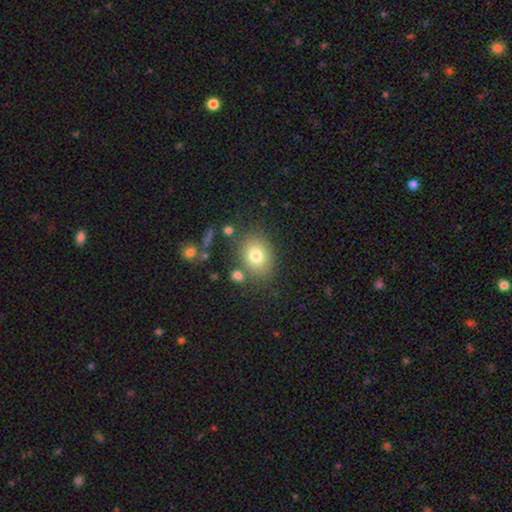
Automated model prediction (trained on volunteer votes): Smooth or featured? Predicted: smooth (p=0.76). How rounded? Predicted: in between (p=0.52). Merging? Predicted: none (p=0.75).